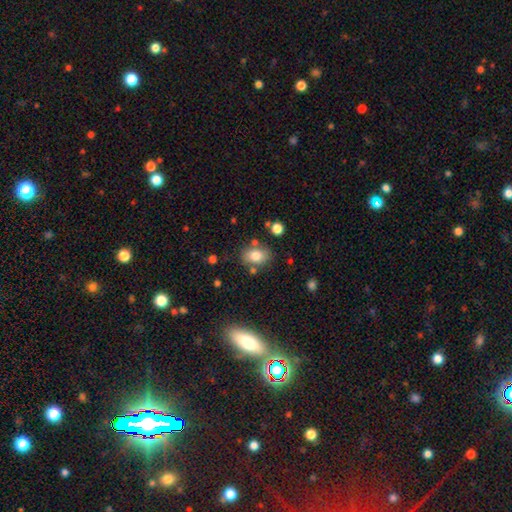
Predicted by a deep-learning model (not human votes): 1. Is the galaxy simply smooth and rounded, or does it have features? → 79% smooth, 11% featured or disk, 10% star or artifact.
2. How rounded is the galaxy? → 71% in between, 27% round, 1% cigar-shaped.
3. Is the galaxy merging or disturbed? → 72% none, 15% minor disturbance, 9% merger, 4% major disturbance.